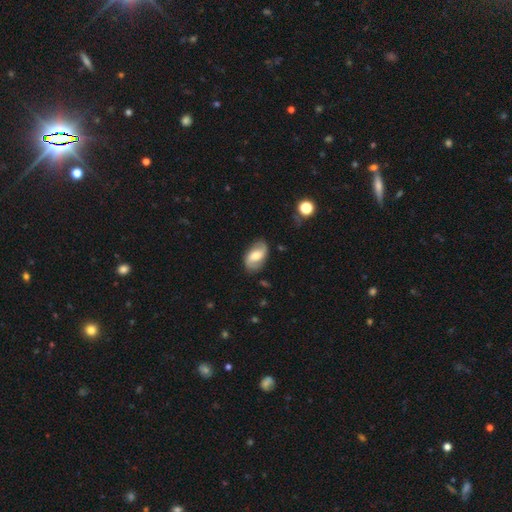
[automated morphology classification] smooth-or-featured: featured or disk: 58% | smooth: 35% | star or artifact: 7%
  disk-edge-on: no: 95% | yes: 5%
    bar: weak: 42% | no: 38% | strong: 20%
    has-spiral-arms: yes: 85% | no: 15%
    bulge-size: moderate: 61% | small: 22% | large: 13% | none: 3% | dominant: 2%
  merging: none: 78% | minor disturbance: 16% | major disturbance: 4% | merger: 1%